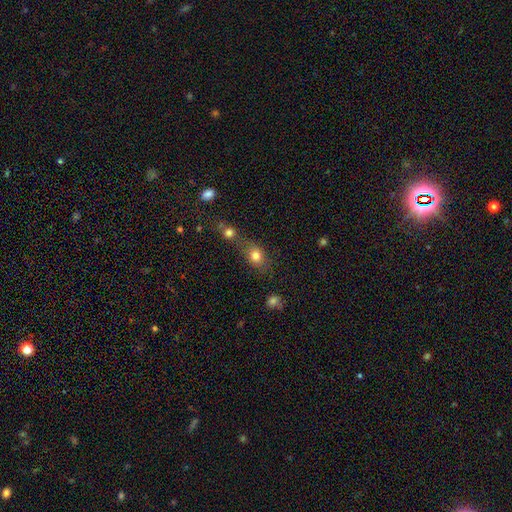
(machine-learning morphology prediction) Smooth or featured?
  - smooth: 78% *
  - star or artifact: 12%
  - featured or disk: 10%
How rounded?
  - round: 50% *
  - in between: 47%
  - cigar-shaped: 3%
Merging?
  - none: 45% *
  - merger: 38%
  - minor disturbance: 11%
  - major disturbance: 6%